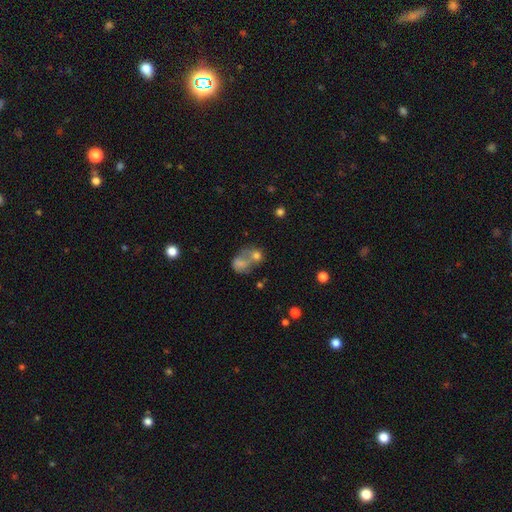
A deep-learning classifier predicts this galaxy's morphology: smooth_or_featured: smooth (p=0.52) [alt: featured or disk p=0.26]
how_rounded: round (p=0.57) [alt: in between p=0.41]
merging: merger (p=0.53) [alt: none p=0.28]